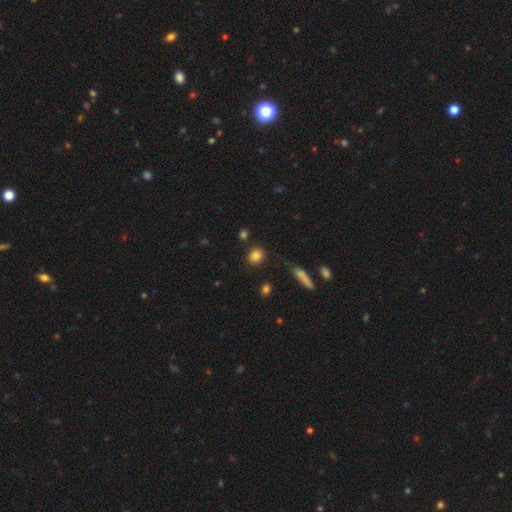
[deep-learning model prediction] Smooth or featured: smooth — 84% (star or artifact — 10%)
How rounded: round — 69% (in between — 28%)
Merging: none — 85% (minor disturbance — 9%)